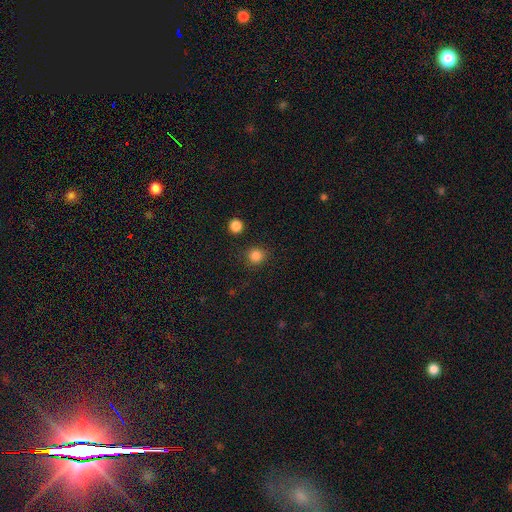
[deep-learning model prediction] Overall: smooth (84%). How rounded: round (91%). Merging: none (87%).